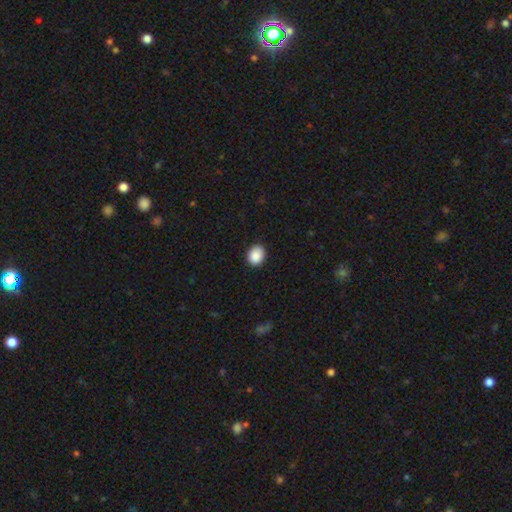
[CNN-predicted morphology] This is clearly a smooth galaxy (89%). How rounded: possibly round (53%). Merging: clearly none (88%).